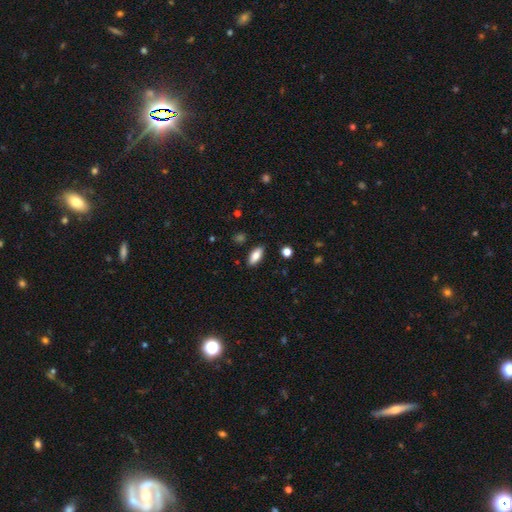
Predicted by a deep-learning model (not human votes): Smooth or featured?
  - smooth: 82% *
  - featured or disk: 11%
  - star or artifact: 7%
How rounded?
  - in between: 80% *
  - cigar-shaped: 18%
  - round: 2%
Merging?
  - none: 88% *
  - minor disturbance: 9%
  - major disturbance: 2%
  - merger: 1%